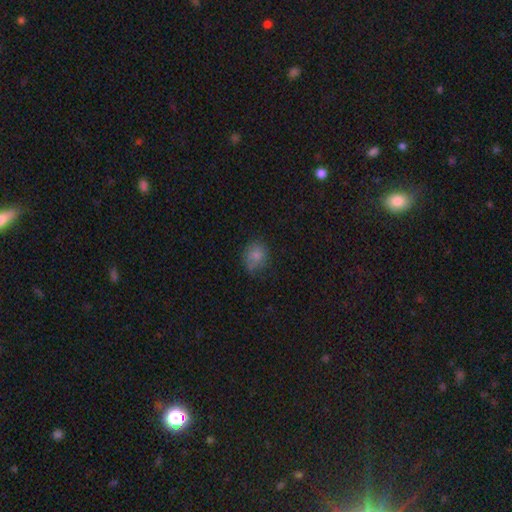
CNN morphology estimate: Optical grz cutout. It shows a smooth galaxy with no disk features (80%) that is round (69%). Merging: none (64%).